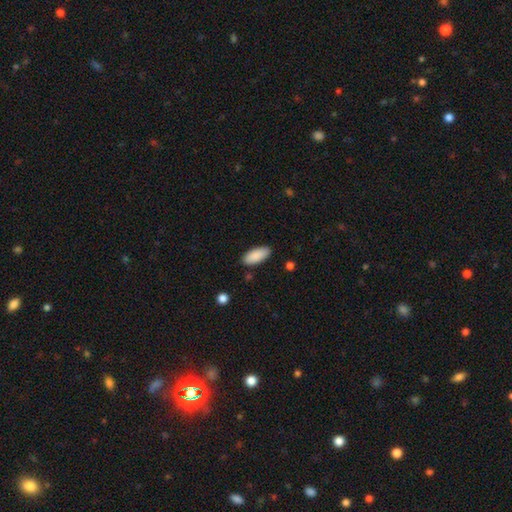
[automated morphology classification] This is clearly a smooth galaxy (90%). How rounded: clearly in between (87%). Merging: clearly none (86%).